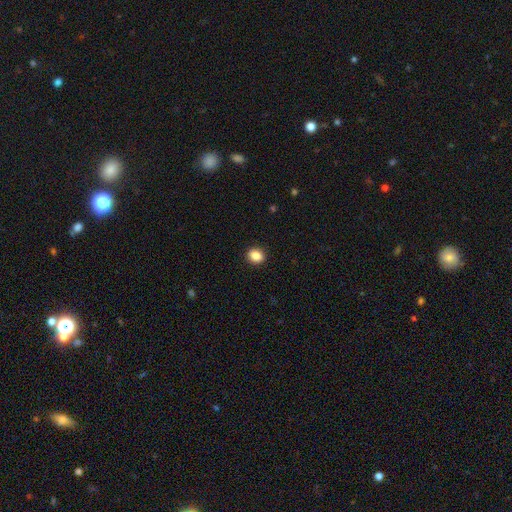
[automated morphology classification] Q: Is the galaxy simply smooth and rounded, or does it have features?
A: smooth — 87%.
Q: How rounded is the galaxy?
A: round — 65%.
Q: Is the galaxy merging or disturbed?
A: none — 92%.